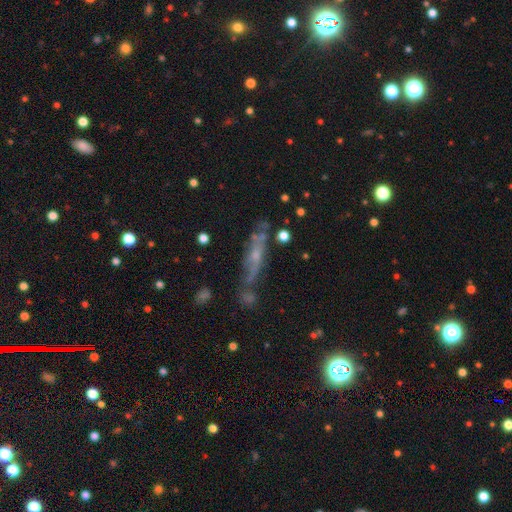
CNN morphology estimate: Q: Smooth or featured?
A: featured or disk (57%); runner-up: smooth (29%)
Q: Edge-on disk?
A: yes (56%); runner-up: no (44%)
Q: Merging?
A: none (61%); runner-up: minor disturbance (21%)